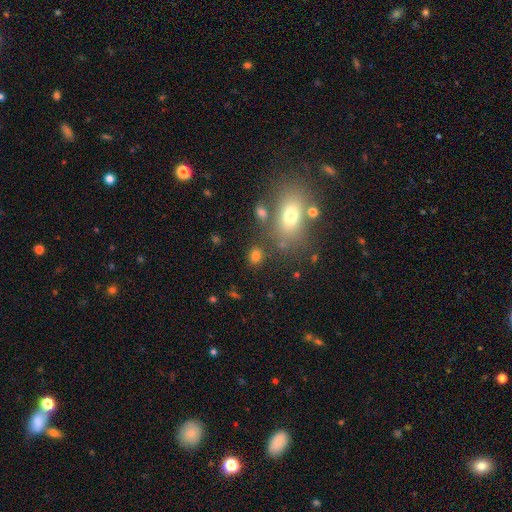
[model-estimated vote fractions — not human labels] smooth_or_featured: smooth (p=0.77) [alt: star or artifact p=0.15]
how_rounded: in between (p=0.49) [tied with: round p=0.49]
merging: none (p=0.76) [alt: minor disturbance p=0.10]